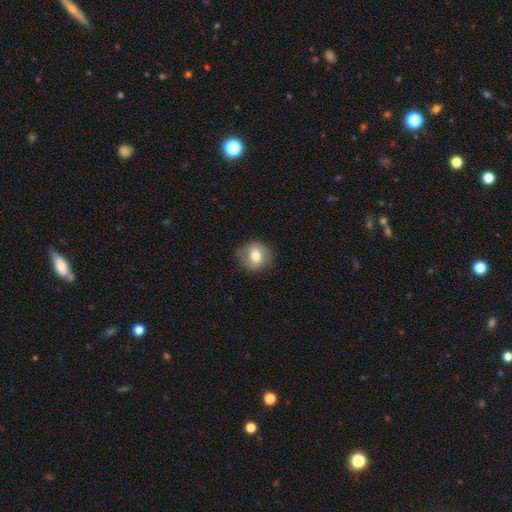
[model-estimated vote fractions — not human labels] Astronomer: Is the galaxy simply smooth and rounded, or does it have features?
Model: smooth — 68%.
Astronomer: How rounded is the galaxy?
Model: round — 73%.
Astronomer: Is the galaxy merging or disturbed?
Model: none — 82%.